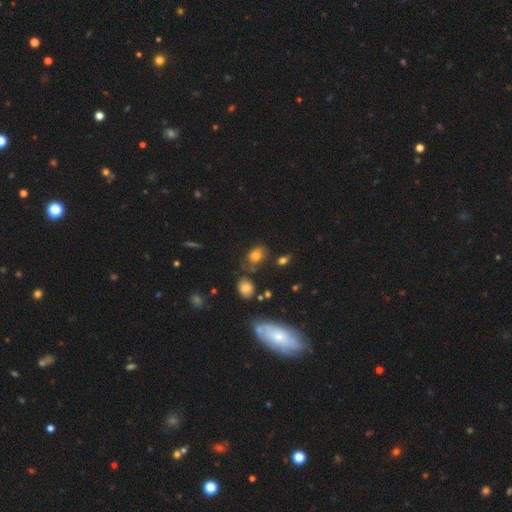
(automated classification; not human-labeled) Smooth or featured? Predicted: smooth (p=0.76). How rounded? Predicted: in between (p=0.69). Merging? Predicted: none (p=0.64).